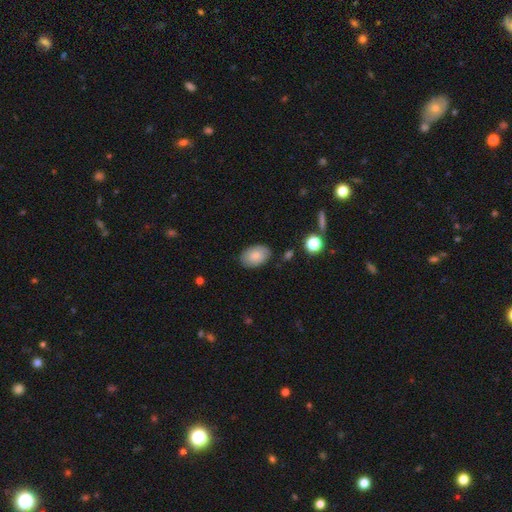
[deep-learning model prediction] Q: Smooth or featured?
A: smooth (79%); runner-up: featured or disk (14%)
Q: How rounded?
A: in between (88%); runner-up: round (11%)
Q: Merging?
A: none (82%); runner-up: minor disturbance (13%)